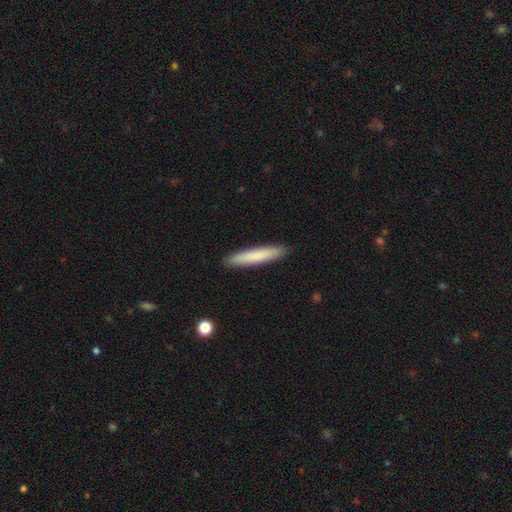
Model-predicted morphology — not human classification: Smooth or featured?
  - smooth: 78% *
  - featured or disk: 16%
  - star or artifact: 6%
How rounded?
  - cigar-shaped: 93% *
  - in between: 6%
  - round: 1%
Merging?
  - none: 90% *
  - minor disturbance: 7%
  - major disturbance: 1%
  - merger: 1%